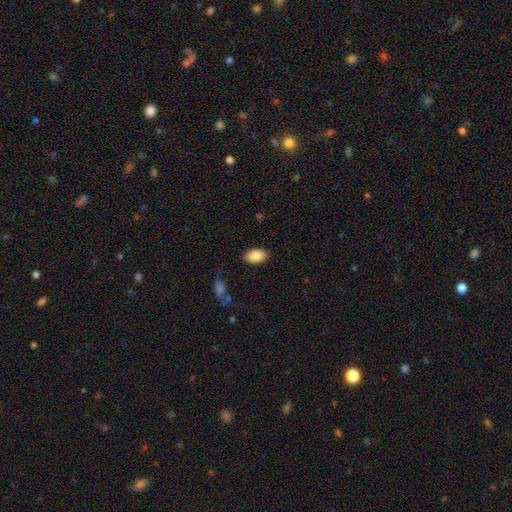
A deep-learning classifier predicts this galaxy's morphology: This is clearly a smooth galaxy (87%). How rounded: clearly in between (94%). Merging: clearly none (86%).